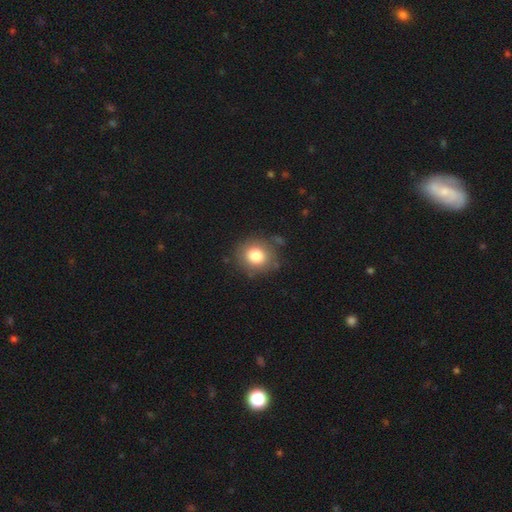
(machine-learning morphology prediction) type=smooth (80%); roundness=round (82%); merging=none (81%).